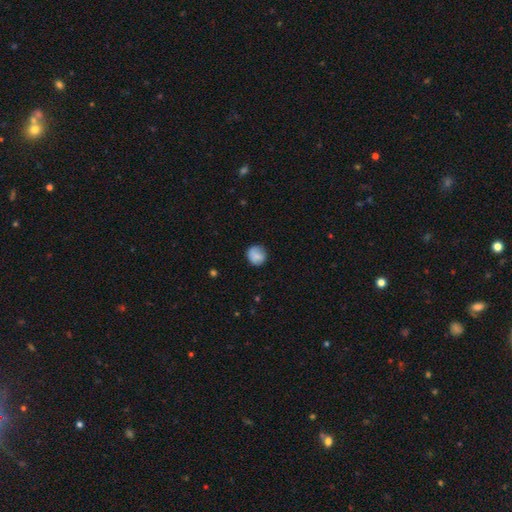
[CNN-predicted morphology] Smooth or featured? Predicted: smooth (p=0.81). How rounded? Predicted: round (p=0.87). Merging? Predicted: none (p=0.78).